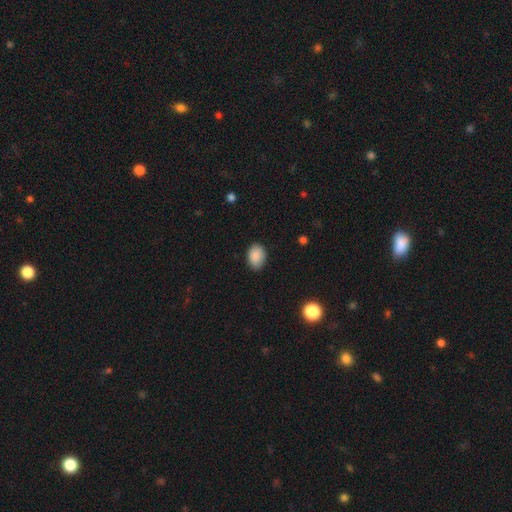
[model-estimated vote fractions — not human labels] Smooth or featured?
  - smooth: 89% *
  - star or artifact: 8%
  - featured or disk: 4%
How rounded?
  - in between: 77% *
  - round: 22%
  - cigar-shaped: 1%
Merging?
  - none: 84% *
  - minor disturbance: 12%
  - major disturbance: 2%
  - merger: 1%